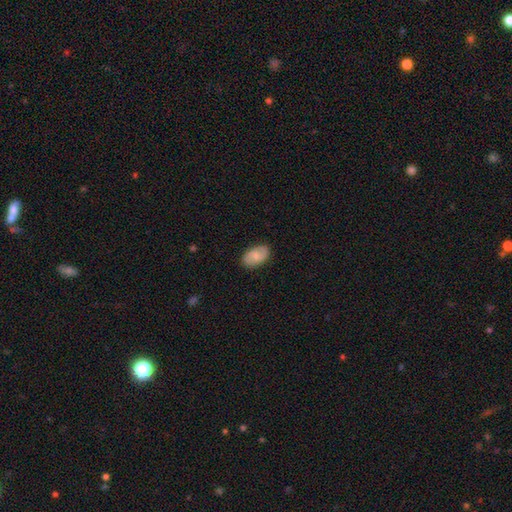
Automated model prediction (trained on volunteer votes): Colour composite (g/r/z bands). It shows a smooth galaxy with no disk features (66%) that is in between round and cigar-shaped (93%). Merging: none (85%).